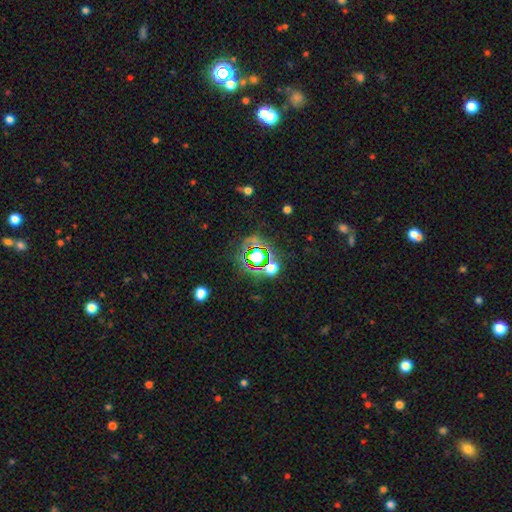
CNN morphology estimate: Smooth or featured?
  - star or artifact: 72% *
  - smooth: 18%
  - featured or disk: 10%